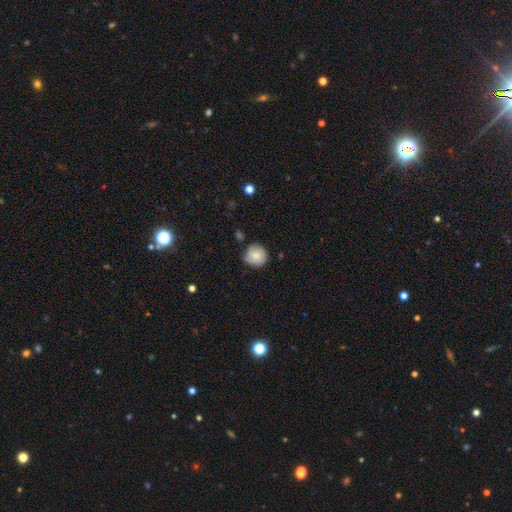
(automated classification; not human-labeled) Morphology: type=smooth (77%); roundness=round (91%); merging=none (73%).